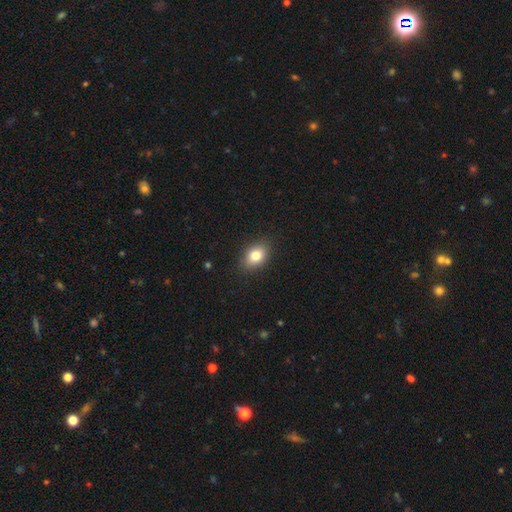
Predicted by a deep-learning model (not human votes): A smooth galaxy with no disk features (82%) that is in between round and cigar-shaped (76%). Merging: none (88%).